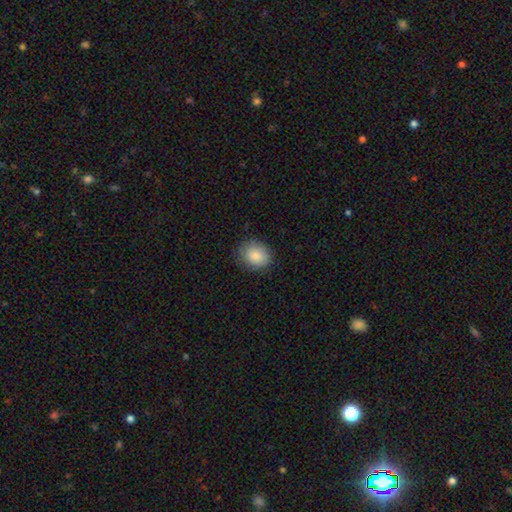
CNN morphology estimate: This appears to be a smooth galaxy with no disk features (86%) that is round (62%). Merging: none (82%).